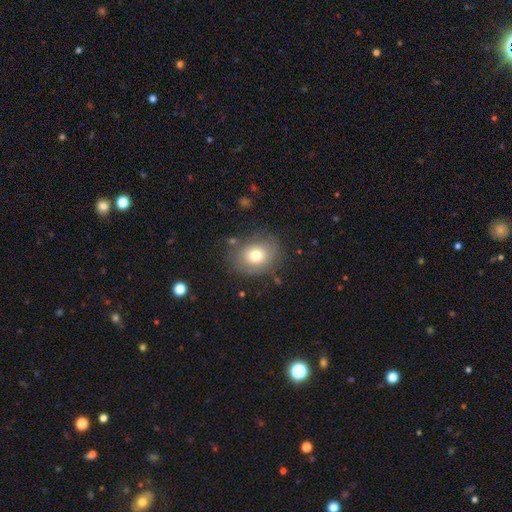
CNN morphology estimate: Smooth or featured?
  - smooth: 71% *
  - featured or disk: 19%
  - star or artifact: 10%
How rounded?
  - round: 52% *
  - in between: 47%
  - cigar-shaped: 1%
Merging?
  - none: 71% *
  - minor disturbance: 19%
  - major disturbance: 7%
  - merger: 3%